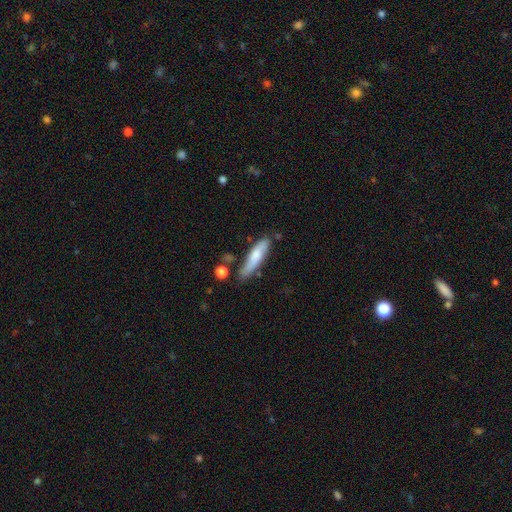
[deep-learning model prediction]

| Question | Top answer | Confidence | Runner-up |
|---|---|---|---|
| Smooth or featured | smooth | 71% | featured or disk (23%) |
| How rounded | cigar-shaped | 74% | in between (24%) |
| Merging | none | 65% | minor disturbance (23%) |